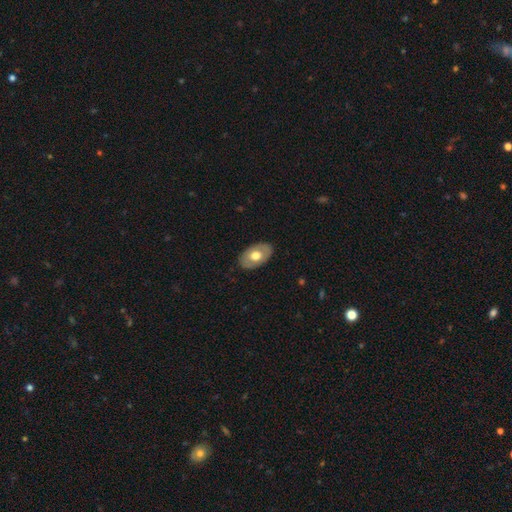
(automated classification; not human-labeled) smooth-or-featured: smooth: 58% | featured or disk: 37% | star or artifact: 5%
  how-rounded: in between: 90% | round: 9% | cigar-shaped: 1%
  merging: none: 85% | minor disturbance: 11% | major disturbance: 2% | merger: 1%